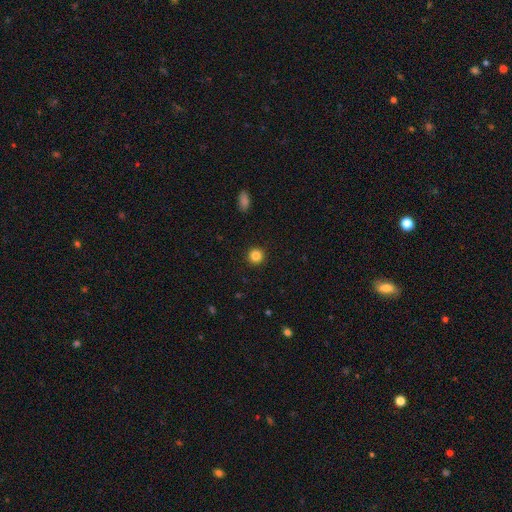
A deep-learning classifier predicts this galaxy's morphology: A smooth galaxy with no disk features (85%) that is round (94%).

Vote fractions:
- Smooth or featured? smooth: 85% / star or artifact: 11% / featured or disk: 4%
- How rounded? round: 94% / in between: 5% / cigar-shaped: 1%
- Merging? none: 93% / minor disturbance: 5% / major disturbance: 2% / merger: 1%